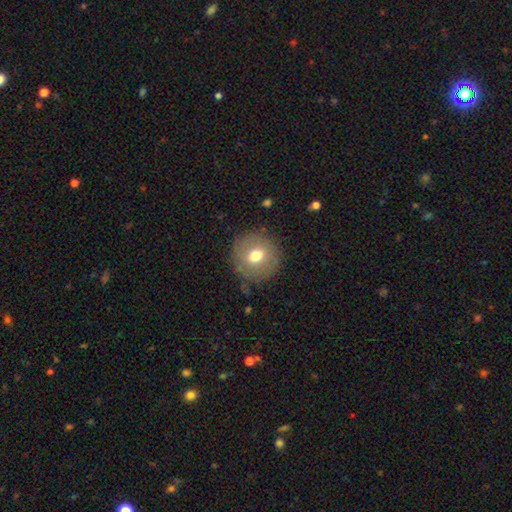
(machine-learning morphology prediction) Q: Smooth or featured?
A: smooth (69%); runner-up: featured or disk (21%)
Q: How rounded?
A: round (92%); runner-up: in between (7%)
Q: Merging?
A: none (85%); runner-up: minor disturbance (10%)